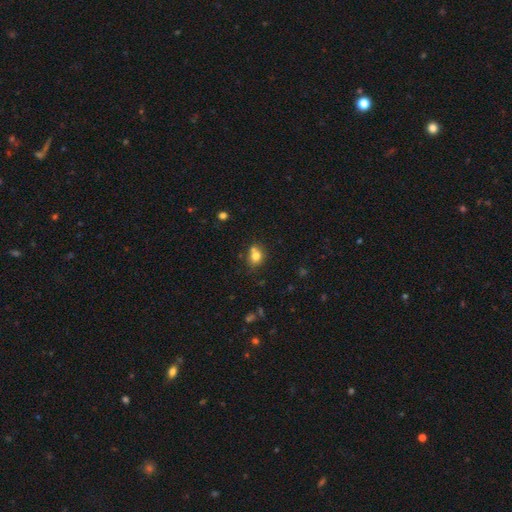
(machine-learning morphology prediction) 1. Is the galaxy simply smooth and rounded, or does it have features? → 75% smooth, 12% featured or disk, 12% star or artifact.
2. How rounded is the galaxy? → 60% round, 39% in between, 1% cigar-shaped.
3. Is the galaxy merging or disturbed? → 53% none, 30% merger, 13% minor disturbance, 4% major disturbance.